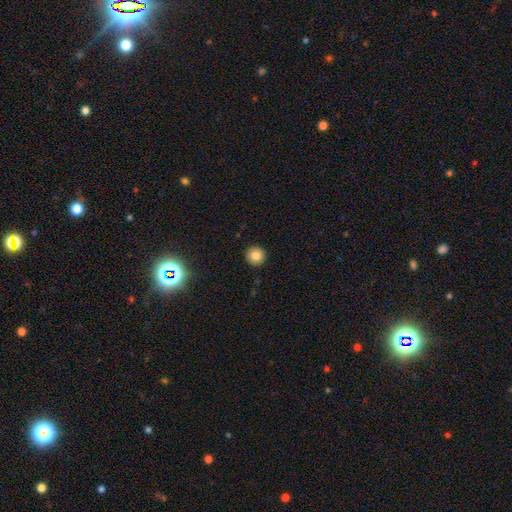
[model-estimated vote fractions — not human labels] Smooth or featured?
  - smooth: 82% *
  - star or artifact: 11%
  - featured or disk: 7%
How rounded?
  - round: 95% *
  - in between: 4%
  - cigar-shaped: 1%
Merging?
  - none: 93% *
  - minor disturbance: 5%
  - major disturbance: 2%
  - merger: 1%